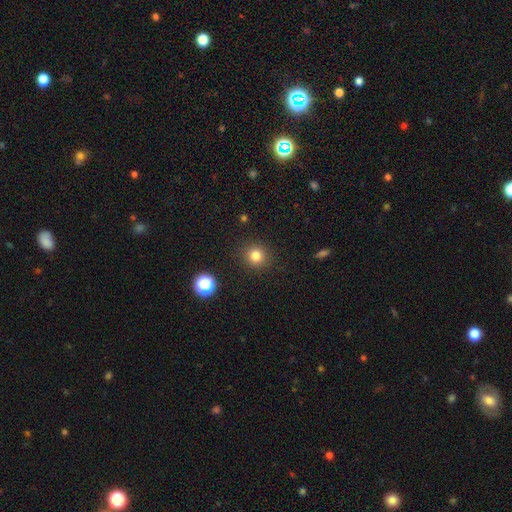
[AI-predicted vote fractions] Overall: smooth (81%). How rounded: round (90%). Merging: none (90%).